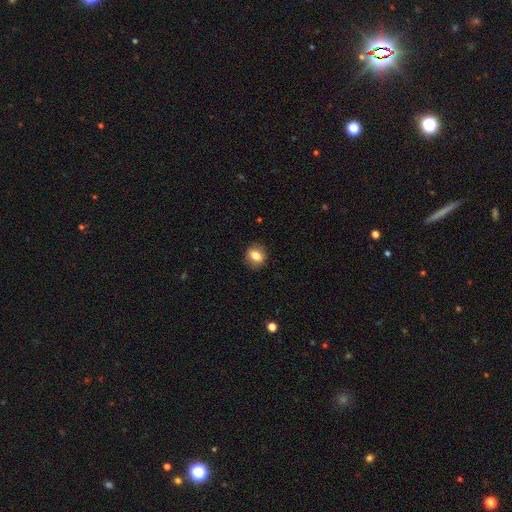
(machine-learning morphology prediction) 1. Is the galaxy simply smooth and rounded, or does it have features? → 78% smooth, 13% featured or disk, 9% star or artifact.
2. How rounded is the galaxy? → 59% round, 39% in between, 1% cigar-shaped.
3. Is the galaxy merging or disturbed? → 87% none, 9% minor disturbance, 3% major disturbance, 1% merger.